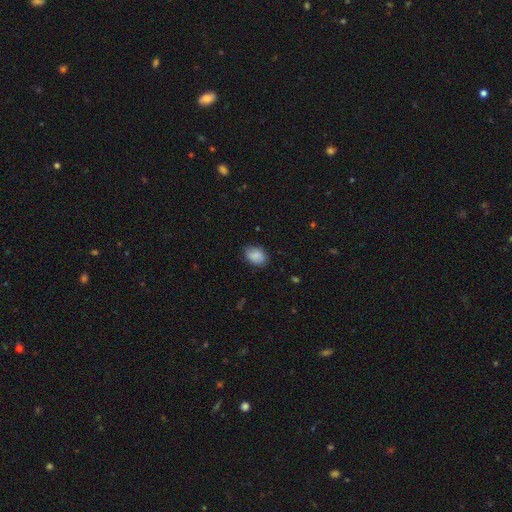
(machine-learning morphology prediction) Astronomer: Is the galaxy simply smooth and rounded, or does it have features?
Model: smooth — 84%.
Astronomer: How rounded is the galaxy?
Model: in between — 83%.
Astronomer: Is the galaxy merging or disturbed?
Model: none — 80%.